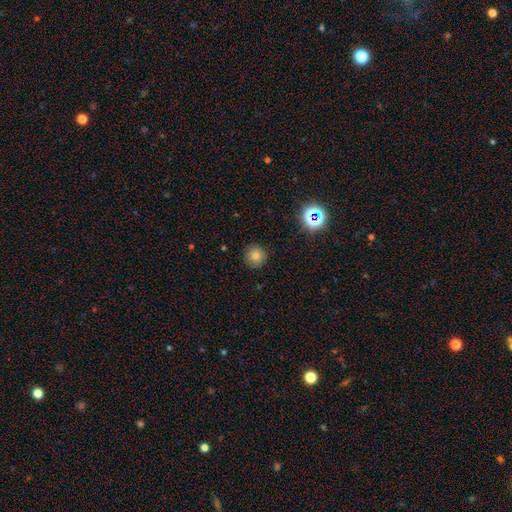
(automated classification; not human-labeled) Smooth or featured? smooth (77%)
How rounded? round (94%)
Merging? none (90%)